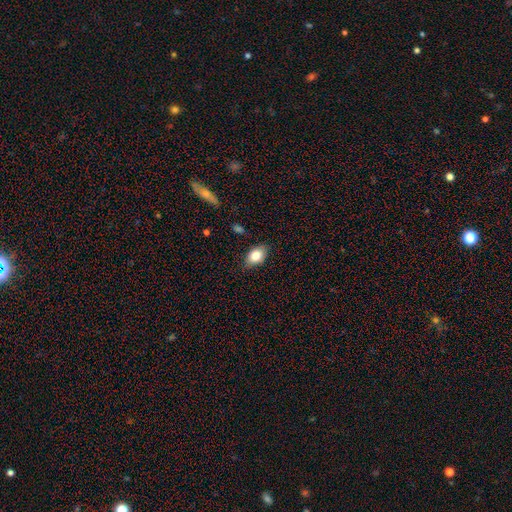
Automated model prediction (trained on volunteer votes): A smooth galaxy with no disk features (82%) that is in between round and cigar-shaped (88%). Merging: none (83%).